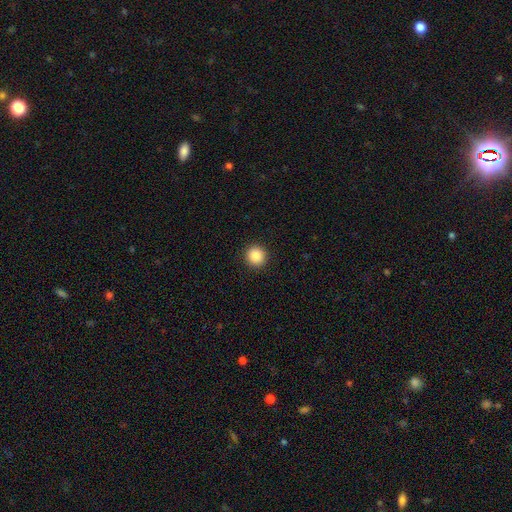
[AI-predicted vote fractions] smooth_or_featured: smooth (p=0.87) [alt: star or artifact p=0.09]
how_rounded: round (p=0.94) [alt: in between p=0.05]
merging: none (p=0.93) [alt: minor disturbance p=0.05]